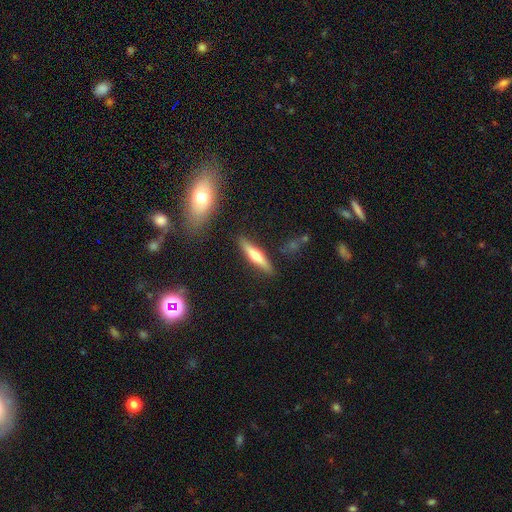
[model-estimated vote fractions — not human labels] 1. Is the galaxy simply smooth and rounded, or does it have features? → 47% smooth, 46% featured or disk, 6% star or artifact.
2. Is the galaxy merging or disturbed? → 86% none, 9% minor disturbance, 3% merger, 2% major disturbance.